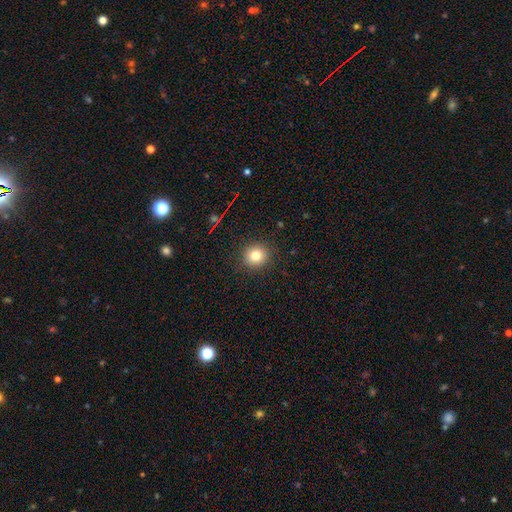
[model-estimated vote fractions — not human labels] Q: Smooth or featured?
A: smooth (80%); runner-up: star or artifact (12%)
Q: How rounded?
A: round (89%); runner-up: in between (10%)
Q: Merging?
A: none (90%); runner-up: minor disturbance (7%)